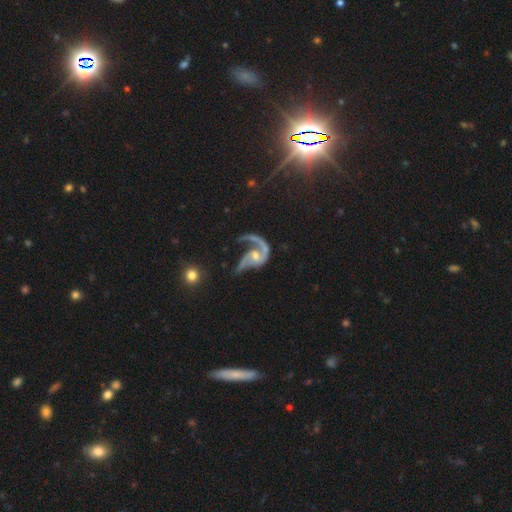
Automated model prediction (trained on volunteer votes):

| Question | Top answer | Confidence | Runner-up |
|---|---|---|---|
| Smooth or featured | featured or disk | 86% | smooth (7%) |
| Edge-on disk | no | 97% | yes (3%) |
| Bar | no | 61% | weak (29%) |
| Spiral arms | yes | 93% | no (7%) |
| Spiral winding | loose | 51% | medium (37%) |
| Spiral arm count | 2 | 59% | 1 (31%) |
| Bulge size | moderate | 45% | small (44%) |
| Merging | major disturbance | 45% | none (30%) |